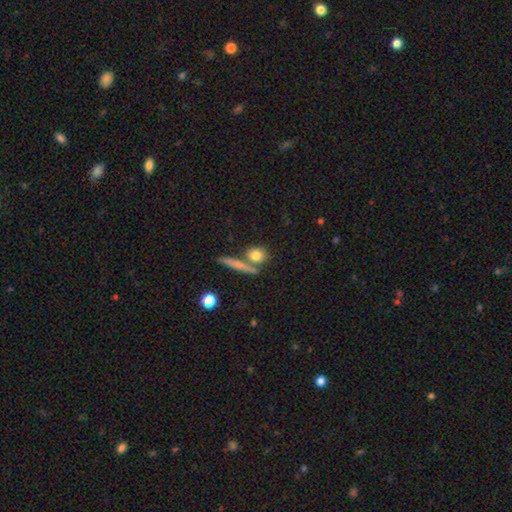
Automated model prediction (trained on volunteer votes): Q: Smooth or featured?
A: smooth (77%); runner-up: featured or disk (14%)
Q: How rounded?
A: round (65%); runner-up: in between (22%)
Q: Merging?
A: none (65%); runner-up: merger (21%)